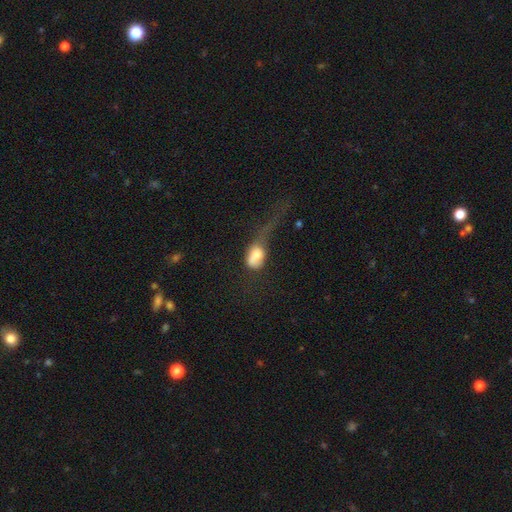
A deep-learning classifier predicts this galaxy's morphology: Q: Smooth or featured?
A: smooth (72%); runner-up: featured or disk (19%)
Q: How rounded?
A: in between (79%); runner-up: round (18%)
Q: Merging?
A: major disturbance (60%); runner-up: minor disturbance (18%)